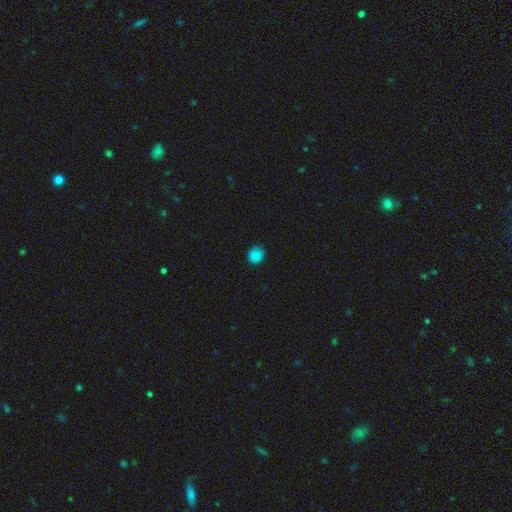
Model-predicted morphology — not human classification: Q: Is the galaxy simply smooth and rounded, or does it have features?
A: smooth — 86%.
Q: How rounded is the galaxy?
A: round — 87%.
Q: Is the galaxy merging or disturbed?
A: none — 84%.